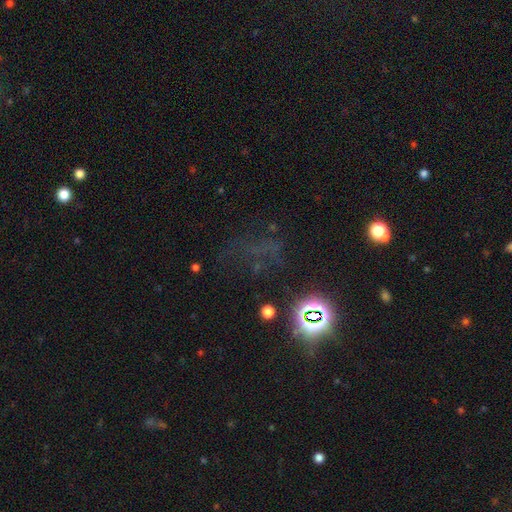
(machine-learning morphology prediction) A star or artifact, not a galaxy (70%).

Vote fractions:
- Smooth or featured? star or artifact: 70% / smooth: 18% / featured or disk: 12%